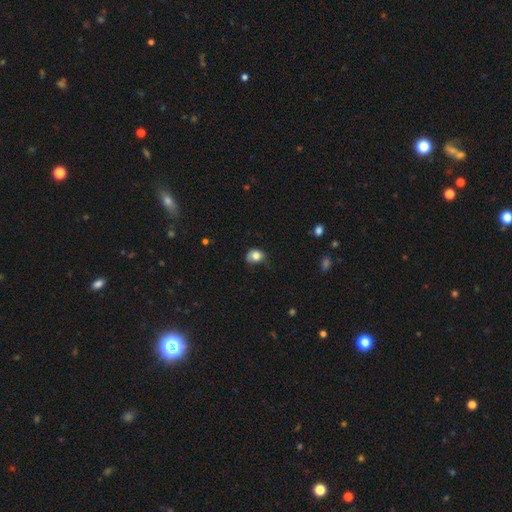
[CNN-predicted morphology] Overall: smooth (81%). How rounded: round (50%; in between 49%). Merging: none (47%; minor disturbance 38%).